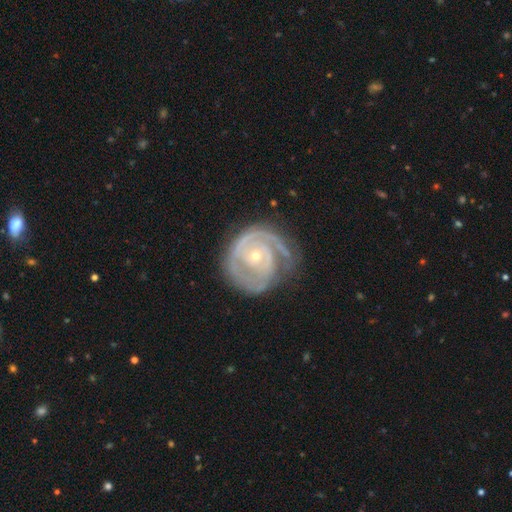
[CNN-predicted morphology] type=featured or disk (87%); edge-on=no (98%); bar=no (72%); spiral arms=yes (95%); winding=tight (73%); arm count=2 (43%); bulge=small (69%); merging=none (63%).